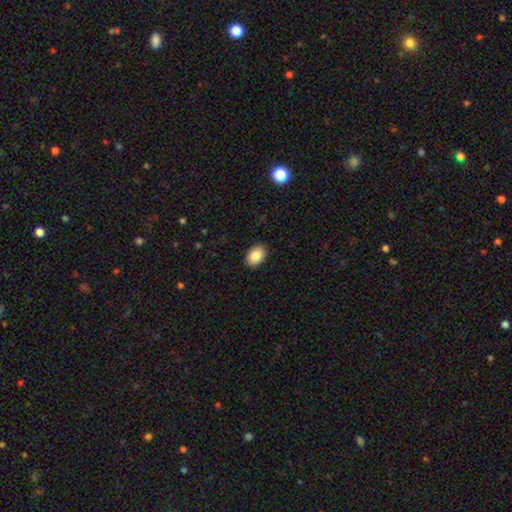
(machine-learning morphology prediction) The model was most divided on "how rounded": in between: 85%, round: 14%, cigar-shaped: 1%. More confident: merging — none (89%); smooth or featured — smooth (87%).